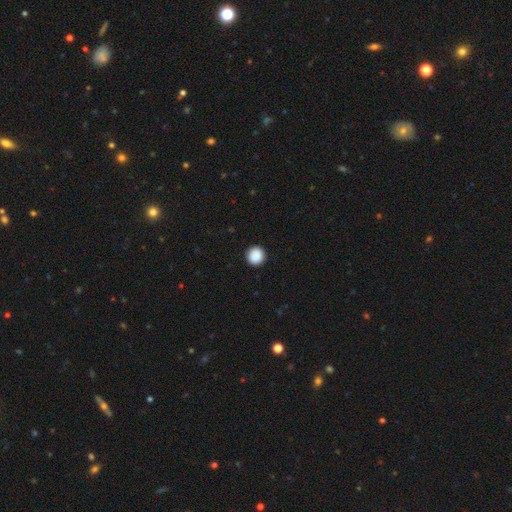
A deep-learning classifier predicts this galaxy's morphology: Smooth or featured? smooth (89%)
How rounded? round (94%)
Merging? none (92%)